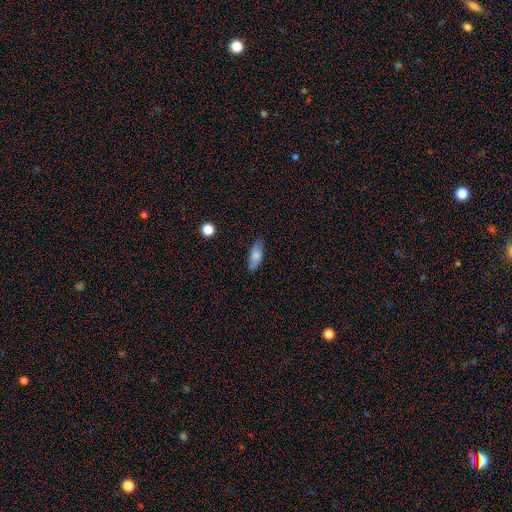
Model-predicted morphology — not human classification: Overall: smooth (71%). How rounded: in between (70%). Merging: none (81%).